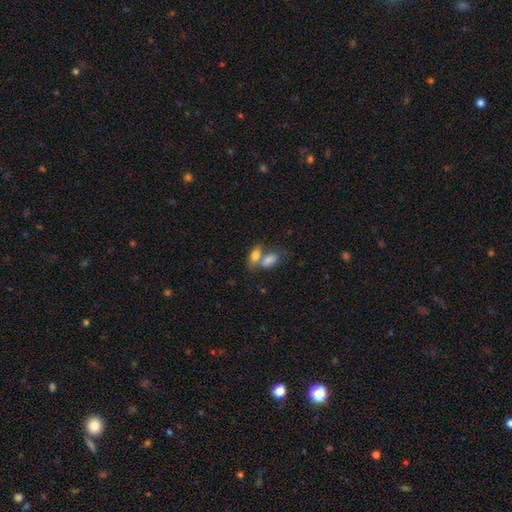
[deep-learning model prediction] smooth-or-featured: smooth: 79% | featured or disk: 13% | star or artifact: 8%
  how-rounded: in between: 87% | round: 8% | cigar-shaped: 5%
  merging: merger: 59% | none: 28% | minor disturbance: 9% | major disturbance: 4%